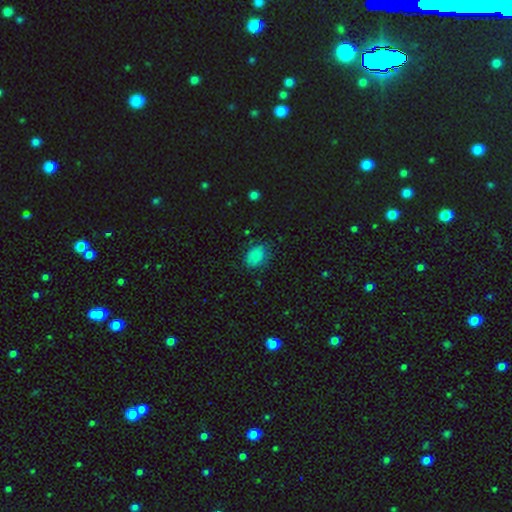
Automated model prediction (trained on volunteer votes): This appears to be a smooth galaxy with no disk features (84%) that is in between round and cigar-shaped (72%). Merging: none (72%).